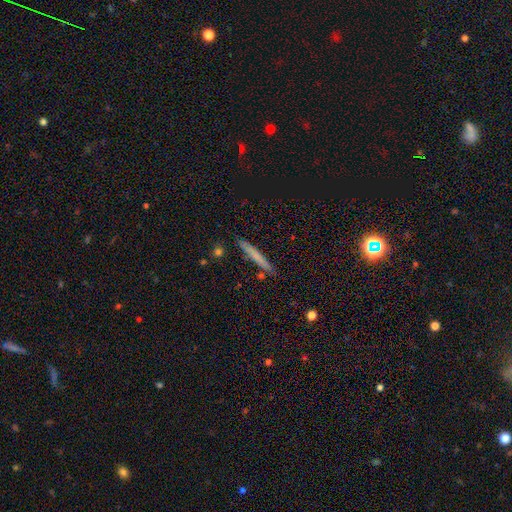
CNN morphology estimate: Overall: smooth (64%; featured or disk 29%). How rounded: cigar-shaped (96%). Merging: none (87%).